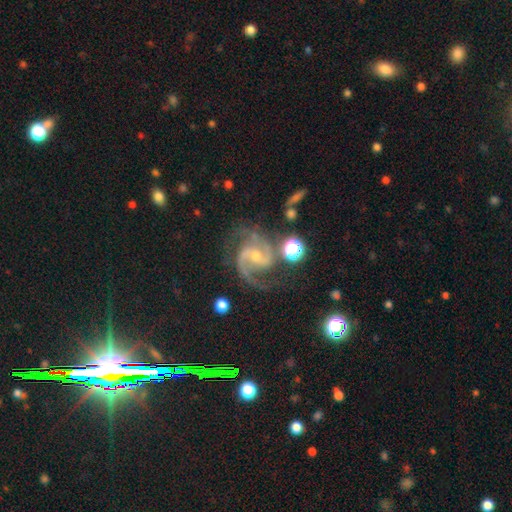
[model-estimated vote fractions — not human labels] Q: Smooth or featured?
A: featured or disk (90%); runner-up: star or artifact (6%)
Q: Edge-on disk?
A: no (98%); runner-up: yes (2%)
Q: Bar?
A: weak (48%); runner-up: no (36%)
Q: Spiral arms?
A: yes (98%); runner-up: no (2%)
Q: Spiral winding?
A: medium (61%); runner-up: tight (22%)
Q: Spiral arm count?
A: 2 (73%); runner-up: 3 (13%)
Q: Bulge size?
A: small (54%); runner-up: moderate (40%)
Q: Merging?
A: none (65%); runner-up: minor disturbance (18%)